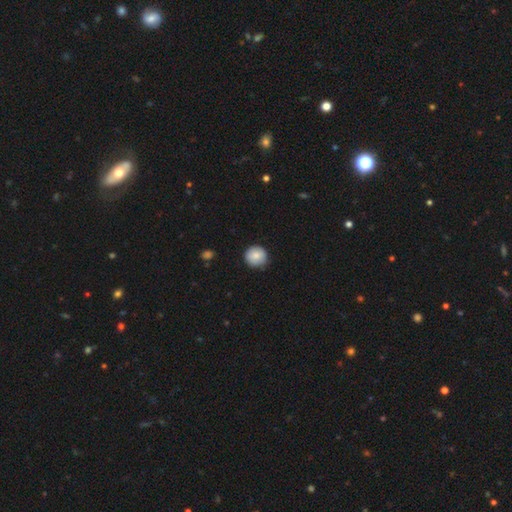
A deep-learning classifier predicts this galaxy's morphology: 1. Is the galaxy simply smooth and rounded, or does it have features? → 83% smooth, 9% featured or disk, 8% star or artifact.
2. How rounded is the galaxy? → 92% round, 7% in between, 1% cigar-shaped.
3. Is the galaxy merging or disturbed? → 85% none, 12% minor disturbance, 2% major disturbance, 1% merger.